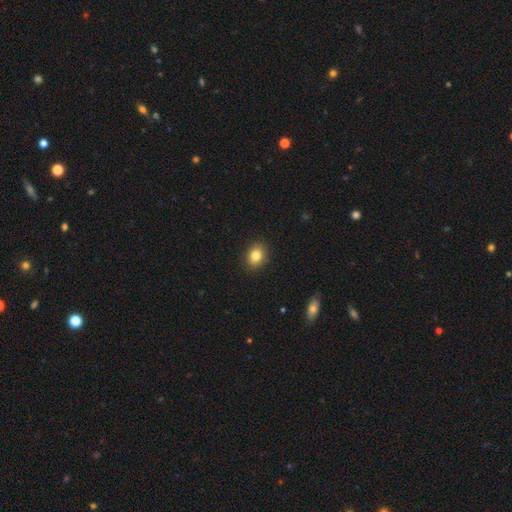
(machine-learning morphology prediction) Smooth or featured: smooth — 83% (star or artifact — 10%)
How rounded: in between — 58% (round — 41%)
Merging: none — 90% (minor disturbance — 7%)